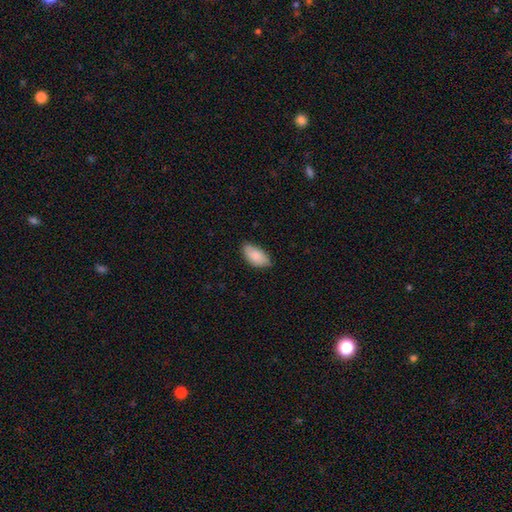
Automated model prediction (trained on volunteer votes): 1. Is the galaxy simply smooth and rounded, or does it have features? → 87% smooth, 7% featured or disk, 6% star or artifact.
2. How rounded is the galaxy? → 93% in between, 4% cigar-shaped, 2% round.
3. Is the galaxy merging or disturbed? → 75% none, 21% minor disturbance, 3% major disturbance, 1% merger.